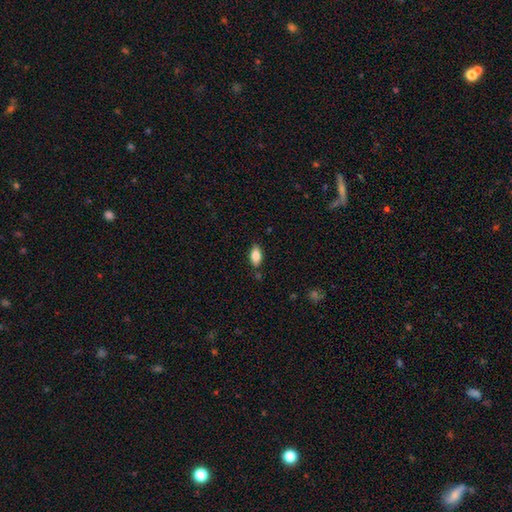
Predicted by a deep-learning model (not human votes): Smooth or featured: smooth — 83% (featured or disk — 9%)
How rounded: in between — 90% (cigar-shaped — 7%)
Merging: none — 84% (minor disturbance — 12%)